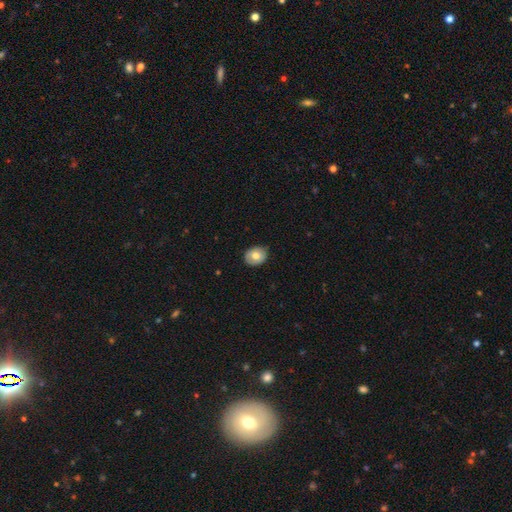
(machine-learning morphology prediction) smooth 68%, featured or disk 25%, star or artifact 7%. Down the decision tree: how rounded — round (50%); merging — none (83%).